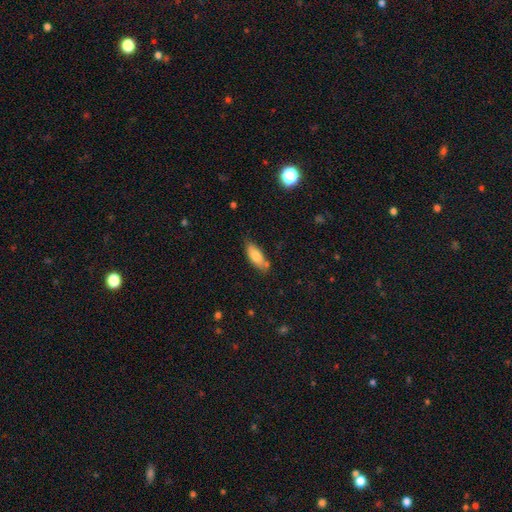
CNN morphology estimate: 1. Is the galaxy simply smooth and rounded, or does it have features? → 78% smooth, 15% featured or disk, 7% star or artifact.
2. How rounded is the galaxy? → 75% in between, 23% cigar-shaped, 2% round.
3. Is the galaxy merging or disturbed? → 73% none, 19% minor disturbance, 5% merger, 4% major disturbance.